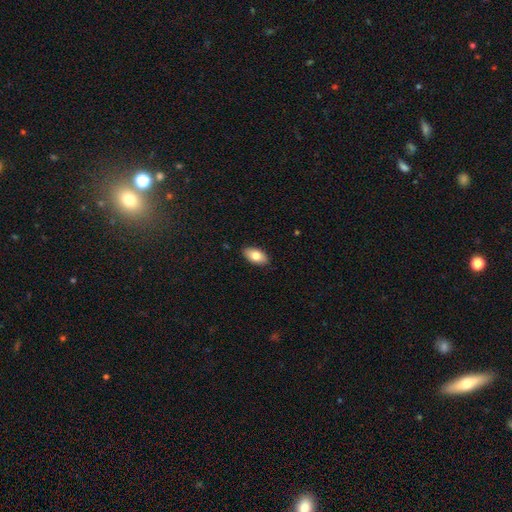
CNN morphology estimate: smooth_or_featured: smooth (p=0.79) [alt: featured or disk p=0.14]
how_rounded: in between (p=0.93) [alt: round p=0.04]
merging: none (p=0.88) [alt: minor disturbance p=0.09]